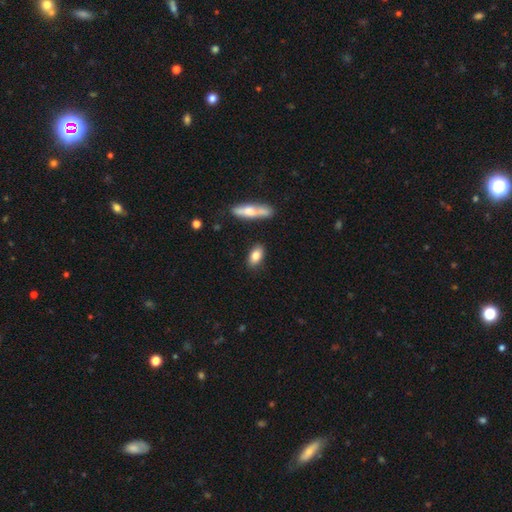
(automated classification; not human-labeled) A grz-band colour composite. It shows a smooth galaxy with no disk features (80%) that is in between round and cigar-shaped (85%). Merging: none (85%).